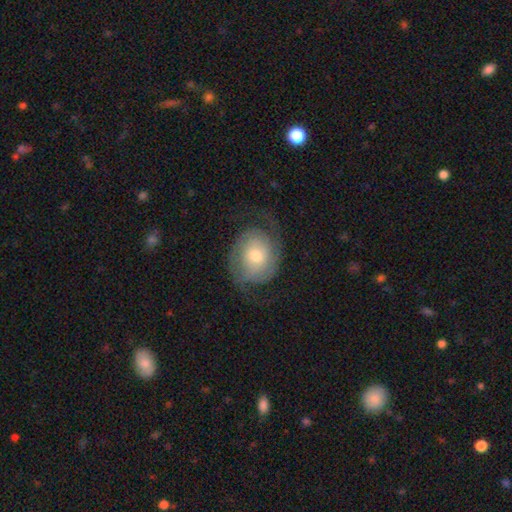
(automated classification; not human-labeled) Smooth or featured: featured or disk — 66% (smooth — 27%)
Edge-on disk: no — 97% (yes — 3%)
Bar: no — 73% (weak — 22%)
Spiral arms: yes — 86% (no — 14%)
Spiral winding: medium — 37% (tight — 35%)
Spiral arm count: 2 — 75% (can't tell — 11%)
Bulge size: moderate — 63% (small — 27%)
Merging: none — 62% (minor disturbance — 18%)